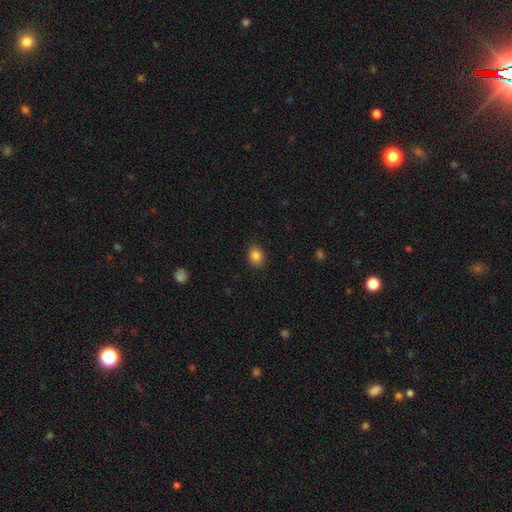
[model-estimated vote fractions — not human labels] smooth-or-featured: smooth: 84% | star or artifact: 10% | featured or disk: 6%
  how-rounded: in between: 54% | round: 45% | cigar-shaped: 1%
  merging: none: 88% | minor disturbance: 9% | major disturbance: 2% | merger: 1%